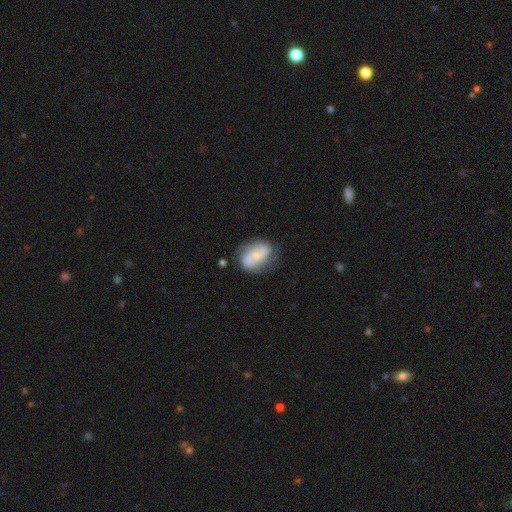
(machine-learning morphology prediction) Overall: featured or disk (60%; smooth 33%). Edge-on disk: no (96%). Bar: no (56%; weak 31%). Spiral arms: yes (83%). Bulge size: small (60%; moderate 27%). Merging: none (60%; minor disturbance 24%).